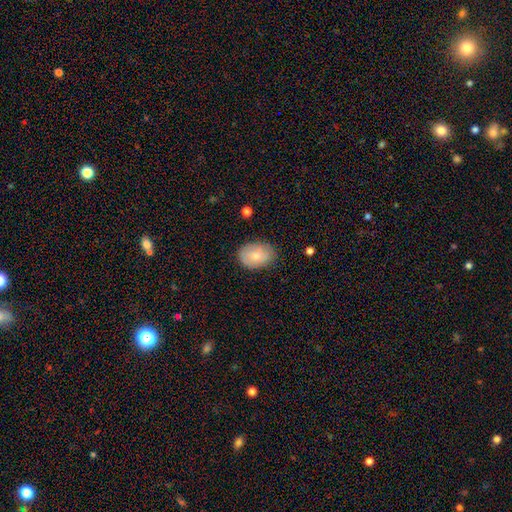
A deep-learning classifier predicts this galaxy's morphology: This appears to be a smooth galaxy with no disk features (76%) that is in between round and cigar-shaped (71%). Merging: none (78%).